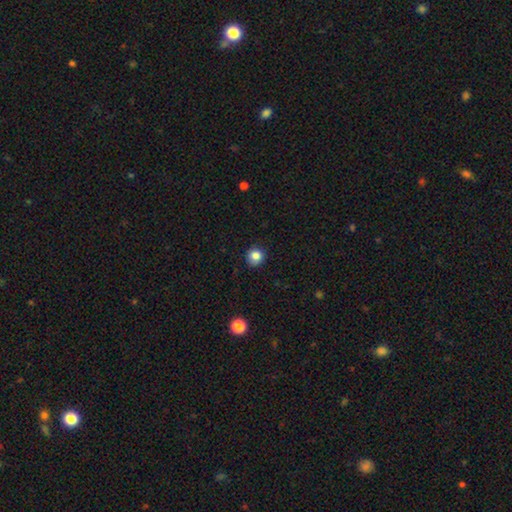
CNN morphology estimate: Smooth or featured? smooth (84%)
How rounded? round (88%)
Merging? none (88%)